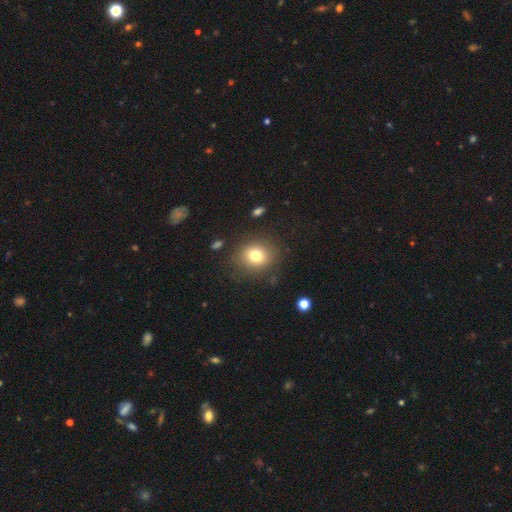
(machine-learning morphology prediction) smooth_or_featured: smooth (p=0.76) [alt: star or artifact p=0.12]
how_rounded: round (p=0.70) [alt: in between p=0.29]
merging: none (p=0.83) [alt: minor disturbance p=0.10]